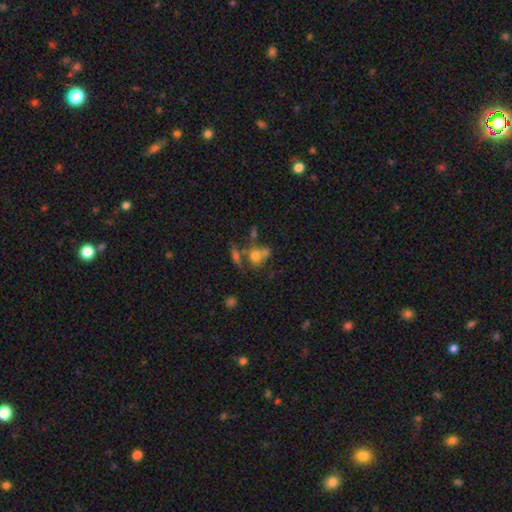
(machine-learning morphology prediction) A smooth galaxy with no disk features (62%) that is round (58%). Merging: merger (41%).